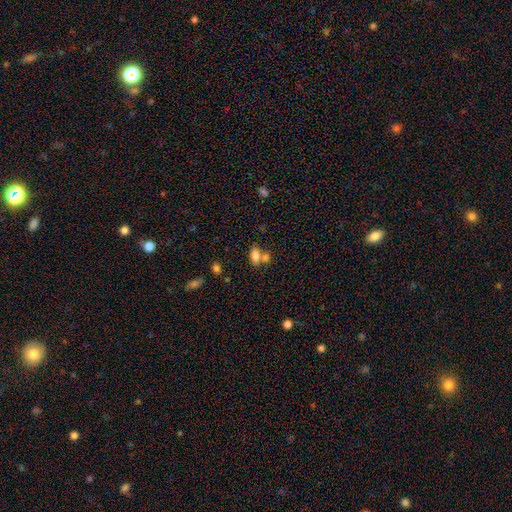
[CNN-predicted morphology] A smooth galaxy with no disk features (79%) that is in between round and cigar-shaped (86%). Merging: none (44%).